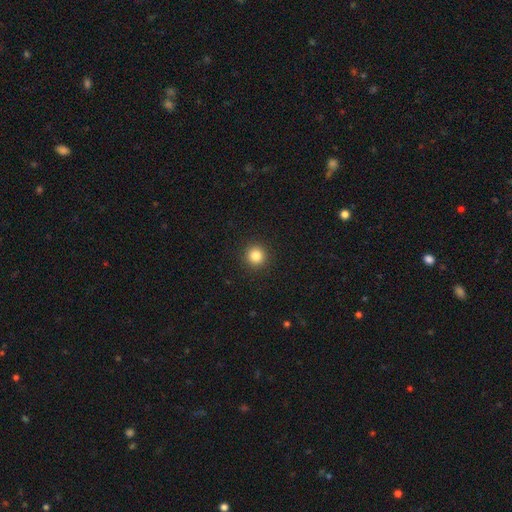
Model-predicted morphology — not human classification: smooth-or-featured: smooth: 83% | star or artifact: 12% | featured or disk: 5%
  how-rounded: round: 95% | in between: 4% | cigar-shaped: 1%
  merging: none: 92% | minor disturbance: 5% | major disturbance: 2% | merger: 1%